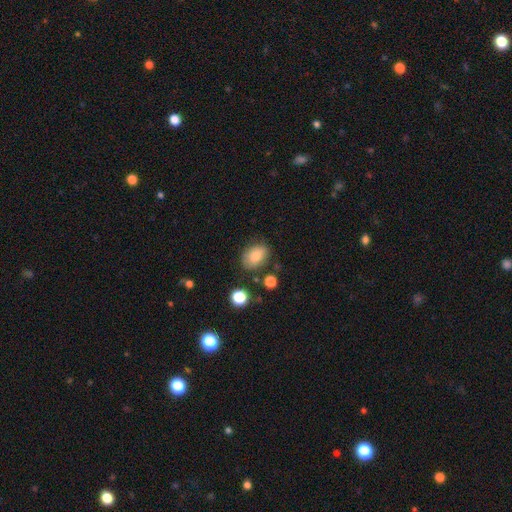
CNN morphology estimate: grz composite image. It shows a smooth galaxy with no disk features (80%) that is in between round and cigar-shaped (82%). Merging: none (75%).